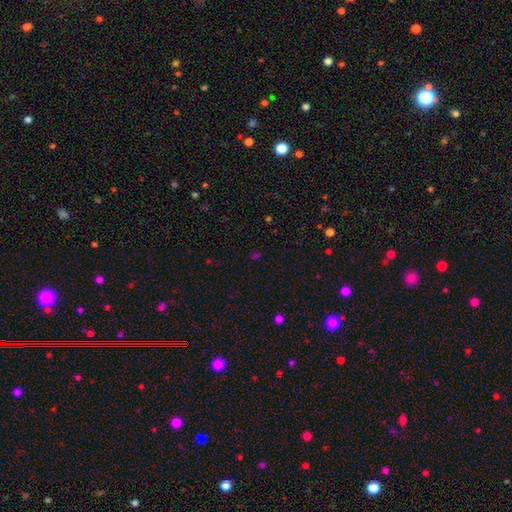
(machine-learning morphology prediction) type=star or artifact (55%).